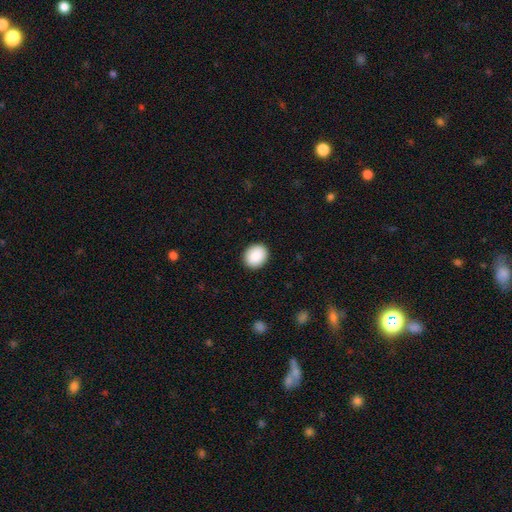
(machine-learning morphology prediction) Overall: smooth (89%). How rounded: round (60%; in between 40%). Merging: none (91%).